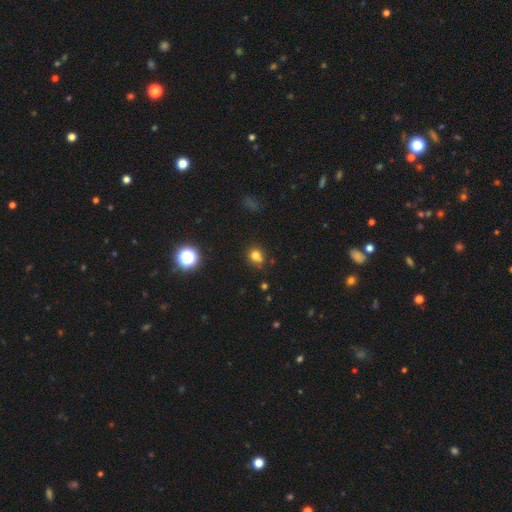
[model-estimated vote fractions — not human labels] smooth_or_featured: smooth (p=0.74) [alt: star or artifact p=0.17]
how_rounded: round (p=0.71) [alt: in between p=0.28]
merging: none (p=0.63) [alt: minor disturbance p=0.20]